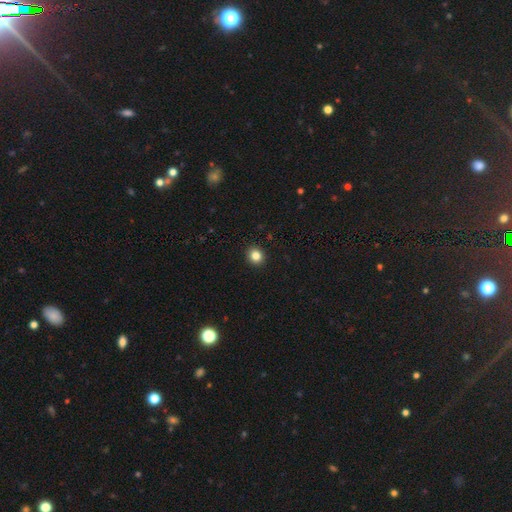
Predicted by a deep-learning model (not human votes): This appears to be a smooth galaxy with no disk features (84%) that is round (83%). Merging: none (93%).